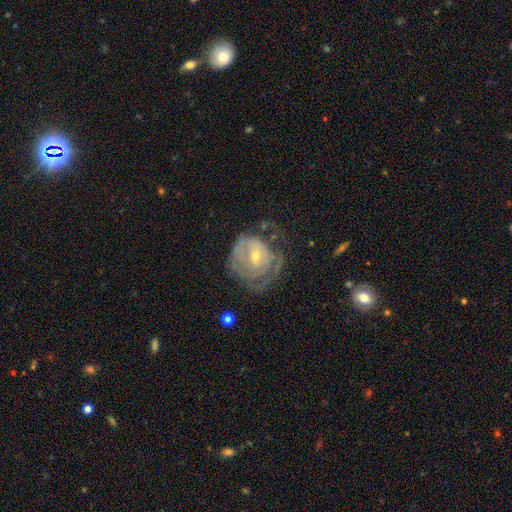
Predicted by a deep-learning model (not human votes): featured or disk 74%, smooth 19%, star or artifact 7%. Down the decision tree: edge-on disk — no (97%); bar — no (46%); spiral arms — yes (73%); spiral arm count — can't tell (51%); spiral winding — tight (64%); bulge size — small (49%); merging — none (45%).